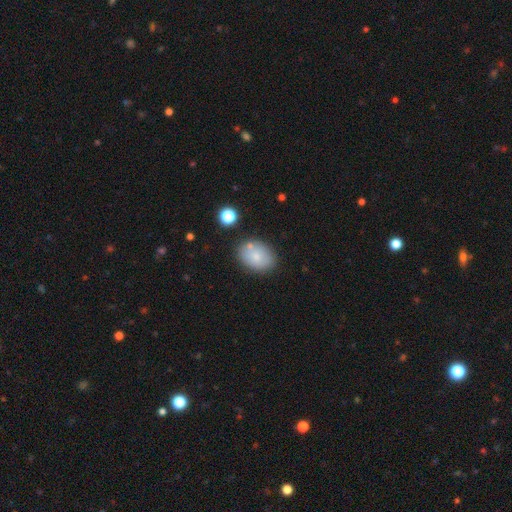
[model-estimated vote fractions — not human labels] This is likely a smooth galaxy (77%). How rounded: likely in between (76%). Merging: likely none (76%).